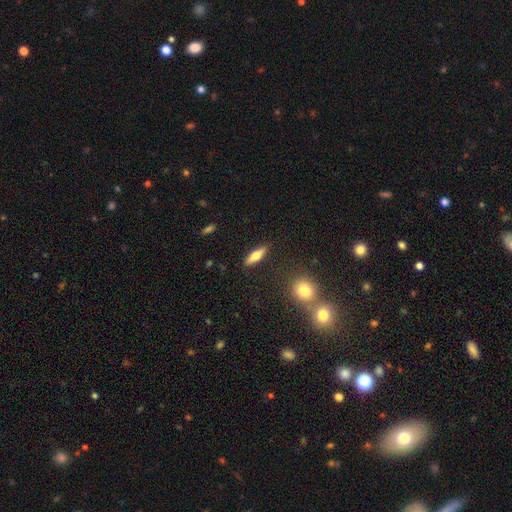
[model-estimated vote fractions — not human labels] smooth_or_featured: smooth (p=0.58) [alt: featured or disk p=0.36]
how_rounded: cigar-shaped (p=0.57) [alt: in between p=0.40]
merging: none (p=0.88) [alt: minor disturbance p=0.08]